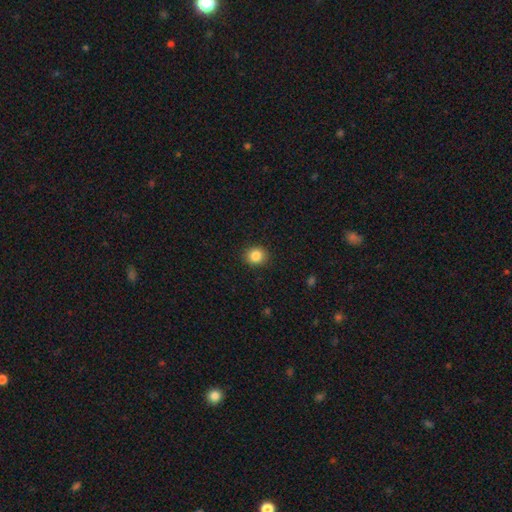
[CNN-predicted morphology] Smooth or featured: smooth — 85% (star or artifact — 10%)
How rounded: round — 76% (in between — 23%)
Merging: none — 90% (minor disturbance — 7%)